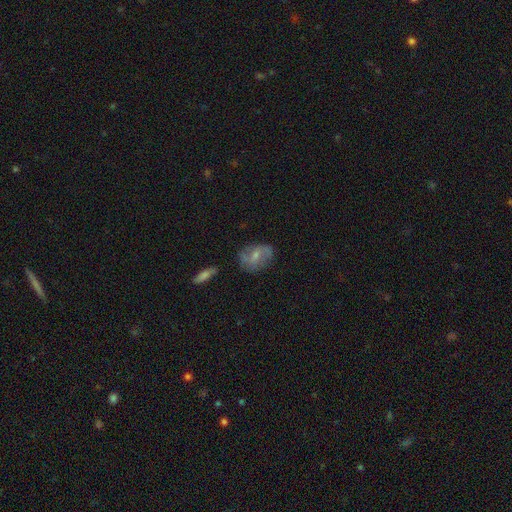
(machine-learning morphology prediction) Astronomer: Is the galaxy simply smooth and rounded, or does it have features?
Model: featured or disk — 54% (runner-up: smooth, 38%).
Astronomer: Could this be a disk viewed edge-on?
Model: no — 95%.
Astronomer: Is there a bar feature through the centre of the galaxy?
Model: weak — 47% (runner-up: no, 38%).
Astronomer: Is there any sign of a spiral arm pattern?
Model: yes — 75%.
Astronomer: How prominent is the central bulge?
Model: small — 52% (runner-up: moderate, 36%).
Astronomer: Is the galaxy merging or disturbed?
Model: none — 67%.